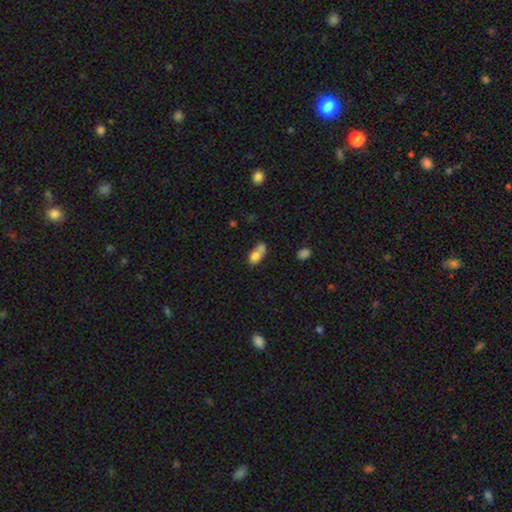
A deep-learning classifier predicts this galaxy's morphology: This is likely a smooth galaxy (76%). How rounded: likely in between (66%). Merging: likely merger (60%).